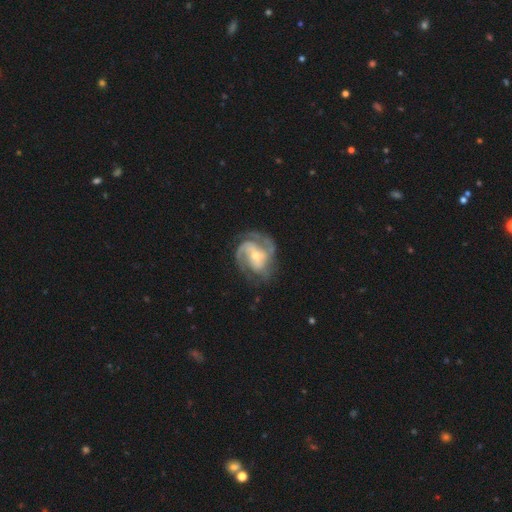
A featured or disk galaxy (89%) with no bar (69%), 2 (47%) medium (56%) spiral arms (100%) and a small central bulge (53%).

Vote fractions:
- Smooth or featured? featured or disk: 89% / smooth: 11% / star or artifact: 0%
- Edge-on disk? no: 94% / yes: 6%
- Bar? no: 69% / weak: 28% / strong: 3%
- Spiral arms? yes: 100% / no: 0%
- Spiral winding? medium: 56% / tight: 31% / loose: 12%
- Spiral arm count? 2: 47% / 3: 41% / can't tell: 9% / 1: 3% / 4: 0% / more than 4: 0%
- Bulge size? small: 53% / moderate: 47% / dominant: 0% / large: 0% / none: 0%
- Merging? none: 50% / minor disturbance: 32% / major disturbance: 18% / merger: 0%